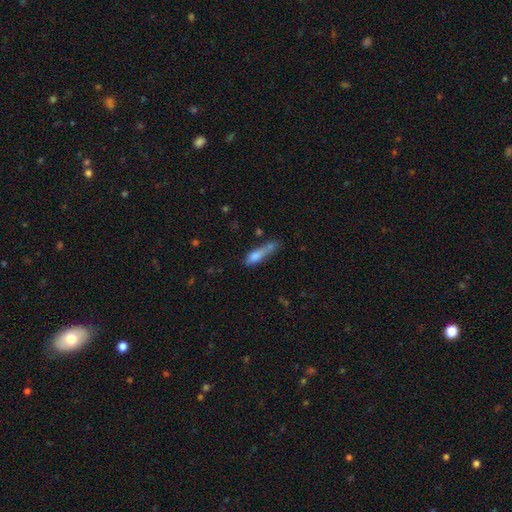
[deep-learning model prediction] Morphology: type=smooth (69%); roundness=cigar-shaped (65%); merging=none (33%).